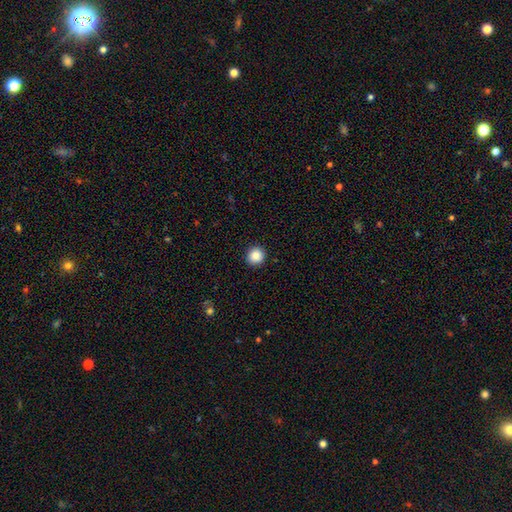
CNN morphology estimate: Q: Smooth or featured?
A: smooth (87%); runner-up: star or artifact (9%)
Q: How rounded?
A: round (93%); runner-up: in between (6%)
Q: Merging?
A: none (92%); runner-up: minor disturbance (5%)